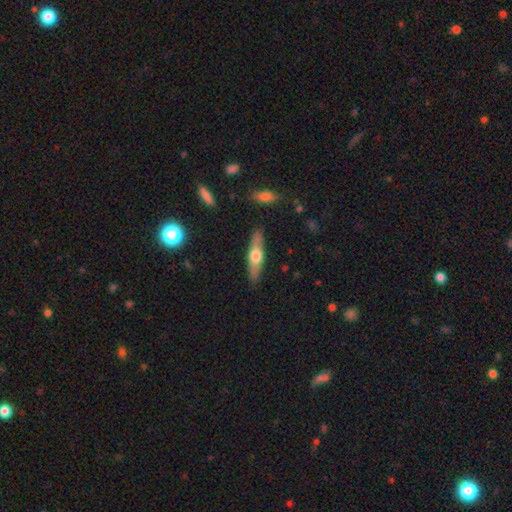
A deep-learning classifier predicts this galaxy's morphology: Q: Smooth or featured?
A: featured or disk (53%); runner-up: smooth (42%)
Q: Edge-on disk?
A: yes (89%); runner-up: no (11%)
Q: Merging?
A: none (86%); runner-up: minor disturbance (10%)